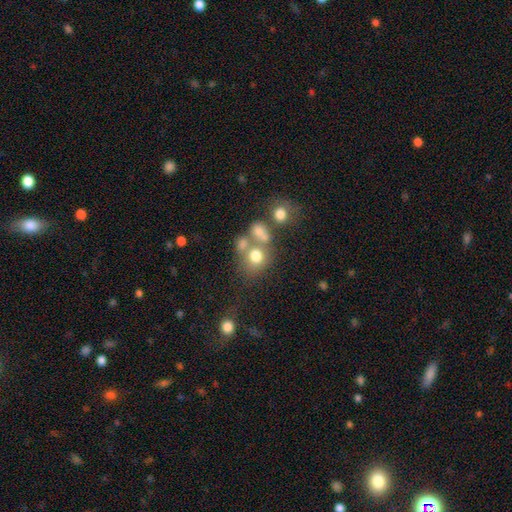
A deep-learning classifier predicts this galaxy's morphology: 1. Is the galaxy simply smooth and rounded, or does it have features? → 68% smooth, 17% featured or disk, 16% star or artifact.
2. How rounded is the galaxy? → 72% round, 27% in between, 1% cigar-shaped.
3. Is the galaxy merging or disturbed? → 44% none, 36% merger, 11% minor disturbance, 9% major disturbance.